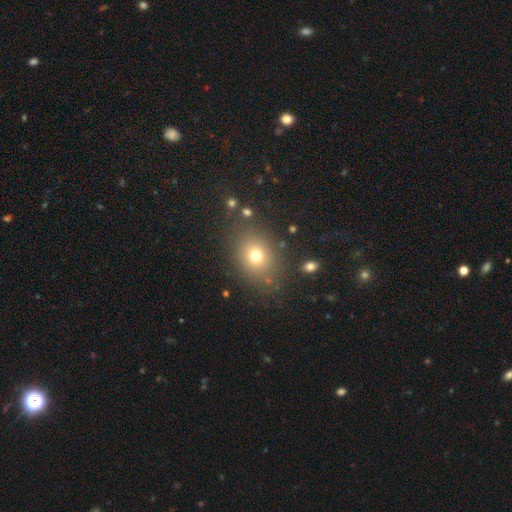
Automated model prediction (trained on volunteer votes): Smooth or featured: smooth — 72% (star or artifact — 16%)
How rounded: round — 52% (in between — 47%)
Merging: none — 80% (minor disturbance — 11%)